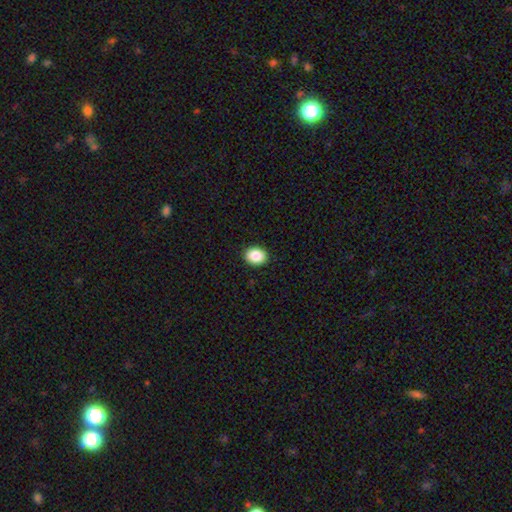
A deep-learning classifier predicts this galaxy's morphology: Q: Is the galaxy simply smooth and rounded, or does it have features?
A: smooth — 87%.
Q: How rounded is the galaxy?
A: round — 50%.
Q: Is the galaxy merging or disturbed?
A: none — 92%.